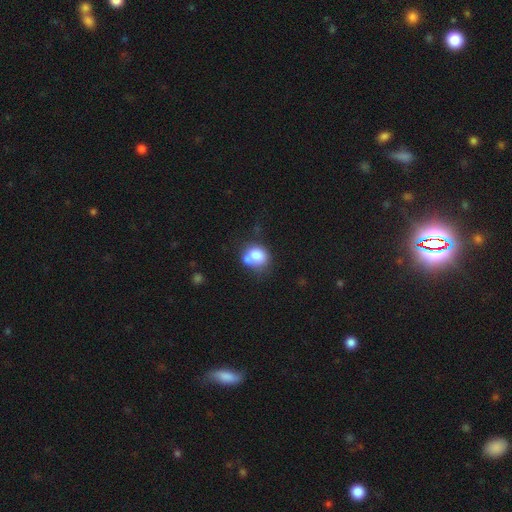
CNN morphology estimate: This is likely a smooth galaxy (76%). How rounded: likely round (66%). Merging: marginally none (42%).